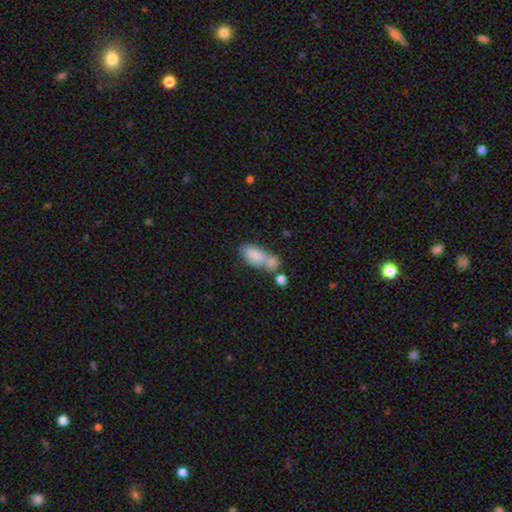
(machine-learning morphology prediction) Smooth or featured: smooth — 75% (featured or disk — 17%)
How rounded: in between — 85% (cigar-shaped — 12%)
Merging: merger — 50% (none — 26%)